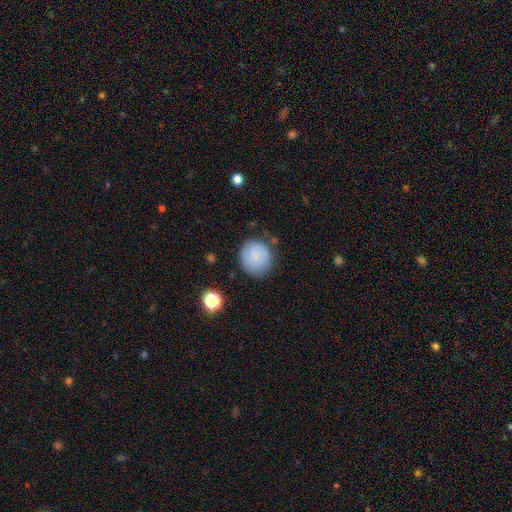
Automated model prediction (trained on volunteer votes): Smooth or featured? smooth (83%)
How rounded? round (88%)
Merging? none (76%)